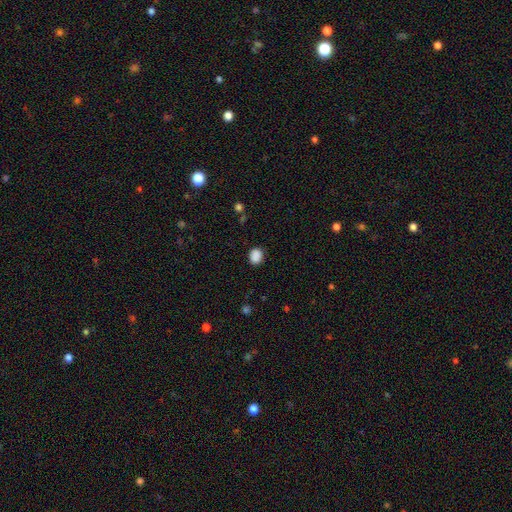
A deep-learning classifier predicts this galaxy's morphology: Smooth or featured? smooth (88%)
How rounded? round (56%)
Merging? none (87%)